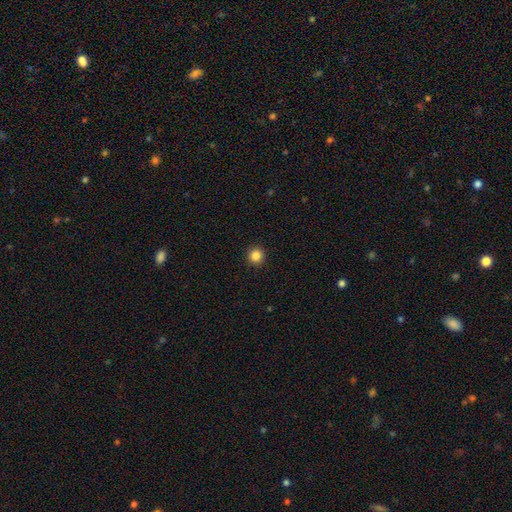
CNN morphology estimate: smooth_or_featured: smooth (p=0.85) [alt: star or artifact p=0.11]
how_rounded: round (p=0.96) [alt: in between p=0.03]
merging: none (p=0.93) [alt: minor disturbance p=0.04]